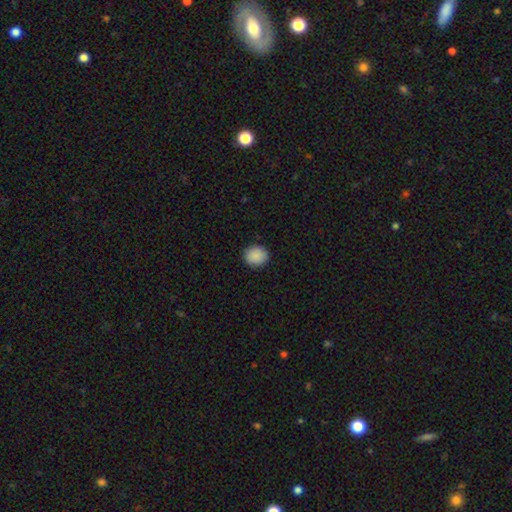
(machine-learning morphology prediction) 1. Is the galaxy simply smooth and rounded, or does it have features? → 90% smooth, 8% star or artifact, 3% featured or disk.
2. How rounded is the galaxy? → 80% round, 19% in between, 1% cigar-shaped.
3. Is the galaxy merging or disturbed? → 91% none, 6% minor disturbance, 2% major disturbance, 1% merger.